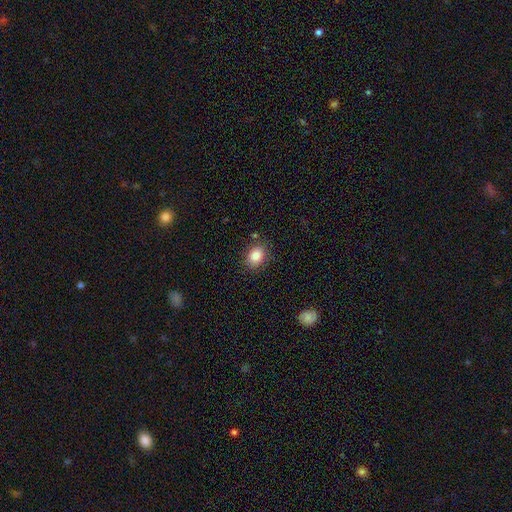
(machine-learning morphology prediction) This is clearly a smooth galaxy (86%). How rounded: likely in between (62%). Merging: clearly none (81%).